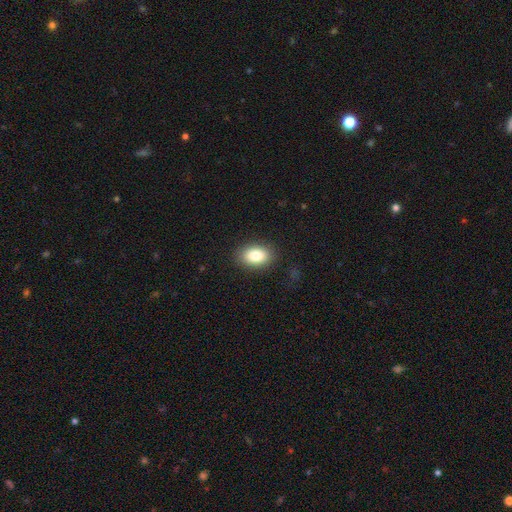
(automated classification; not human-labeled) Morphology: type=smooth (84%); roundness=in between (82%); merging=none (86%).